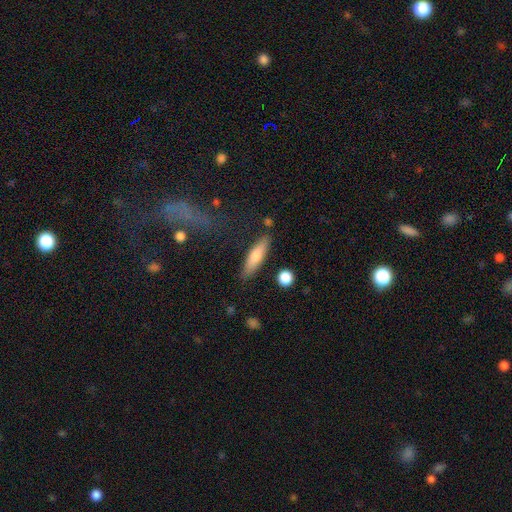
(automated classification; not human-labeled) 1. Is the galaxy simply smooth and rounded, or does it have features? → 70% smooth, 24% featured or disk, 6% star or artifact.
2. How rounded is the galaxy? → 66% cigar-shaped, 32% in between, 2% round.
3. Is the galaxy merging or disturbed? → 82% none, 11% minor disturbance, 4% merger, 3% major disturbance.